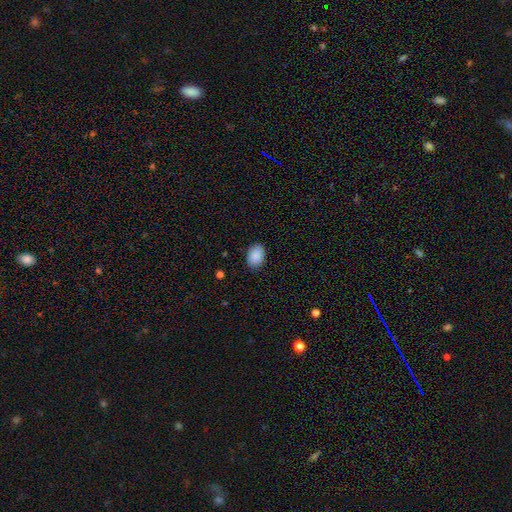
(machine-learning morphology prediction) smooth 89%, star or artifact 7%, featured or disk 4%. Down the decision tree: how rounded — in between (82%); merging — none (87%).